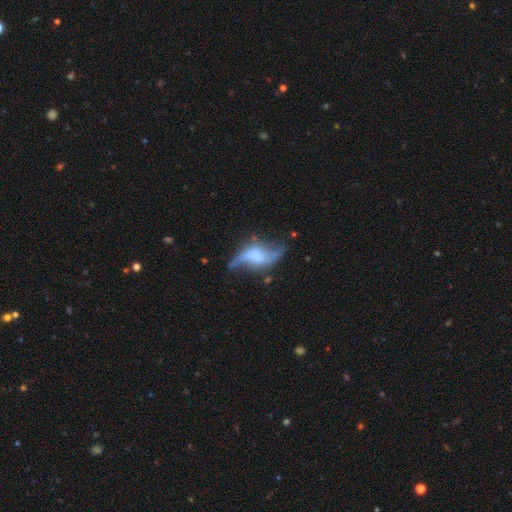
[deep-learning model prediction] This is likely a featured or disk galaxy (74%). It is clearly not viewed edge-on (87%). Bar: possibly no (52%). Spiral arm pattern: clearly yes (85%). Spiral arm count: clearly 2 (90%). Spiral winding: clearly loose (88%). Central bulge: marginally none (43%). Merging: possibly none (47%).